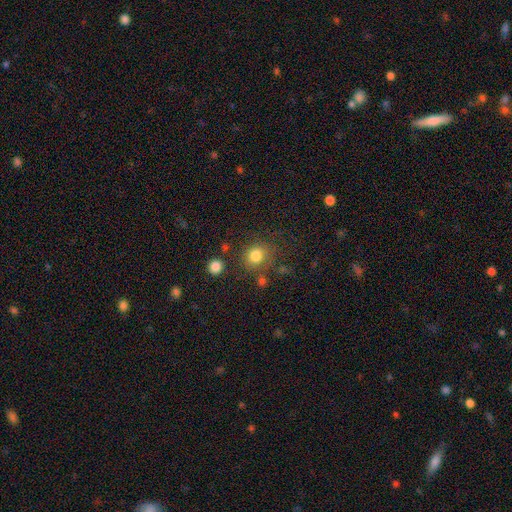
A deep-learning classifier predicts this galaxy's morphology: Overall: smooth (81%). How rounded: round (78%). Merging: none (72%).